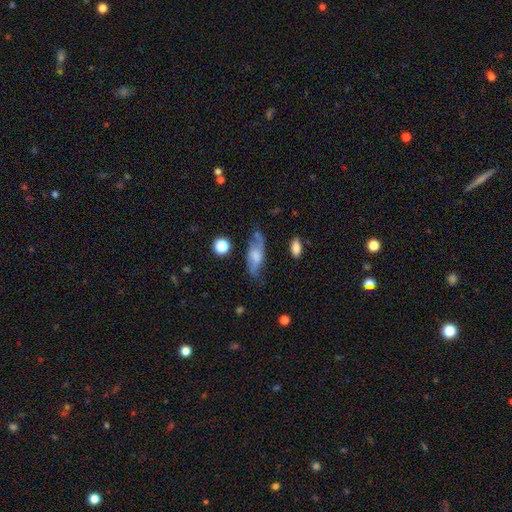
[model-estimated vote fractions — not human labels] A featured or disk galaxy (63%) with no bar (54%), spiral arms (87%) and a moderate central bulge (32%).

Vote fractions:
- Smooth or featured? featured or disk: 63% / smooth: 29% / star or artifact: 8%
- Edge-on disk? no: 81% / yes: 19%
- Bar? no: 54% / weak: 37% / strong: 9%
- Spiral arms? yes: 87% / no: 13%
- Bulge size? moderate: 32% / small: 26% / none: 20% / large: 18% / dominant: 3%
- Merging? none: 63% / minor disturbance: 24% / major disturbance: 10% / merger: 3%